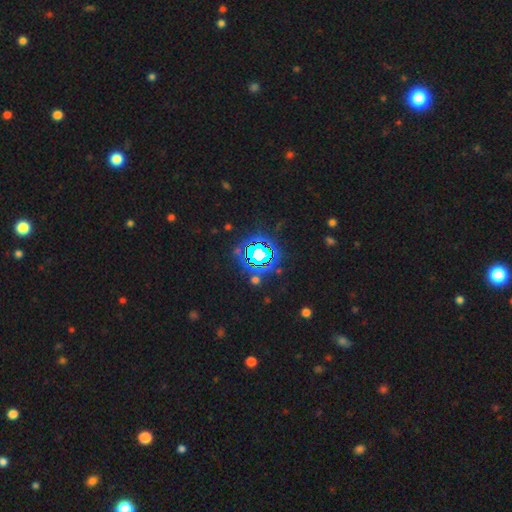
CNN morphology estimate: This appears to be a star or artifact, not a galaxy (79%).